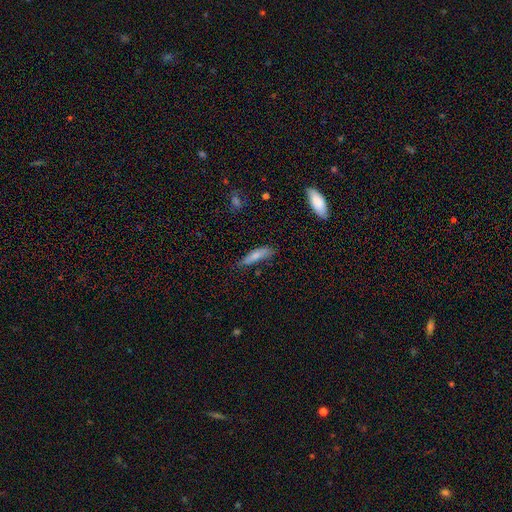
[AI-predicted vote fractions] Smooth or featured?
  - smooth: 75% *
  - featured or disk: 18%
  - star or artifact: 7%
How rounded?
  - cigar-shaped: 70% *
  - in between: 28%
  - round: 2%
Merging?
  - none: 65% *
  - minor disturbance: 26%
  - major disturbance: 6%
  - merger: 3%